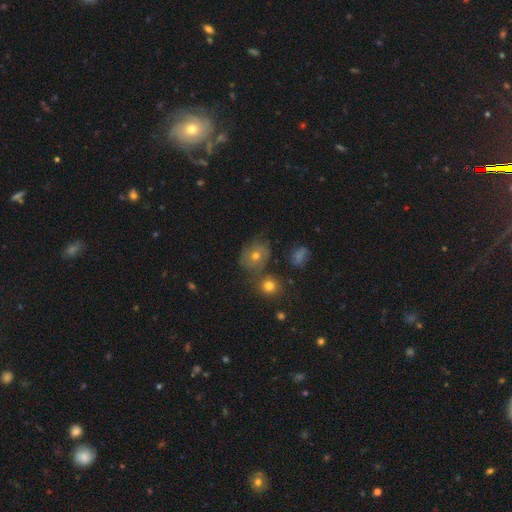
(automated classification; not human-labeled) This is possibly a smooth galaxy (58%). How rounded: likely round (63%). Merging: possibly none (58%).